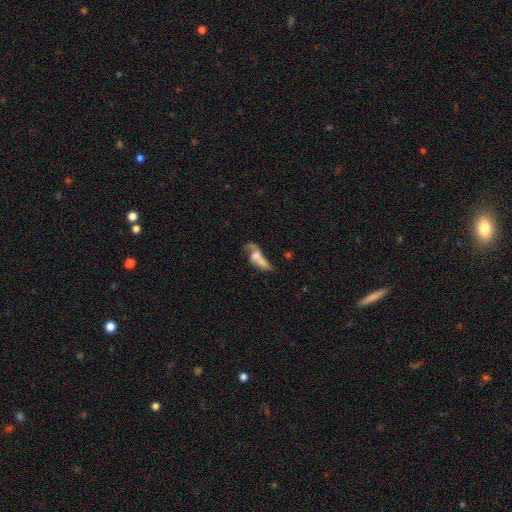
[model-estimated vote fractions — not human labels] This appears to be a featured or disk galaxy (50%). Merging: merger (35%).